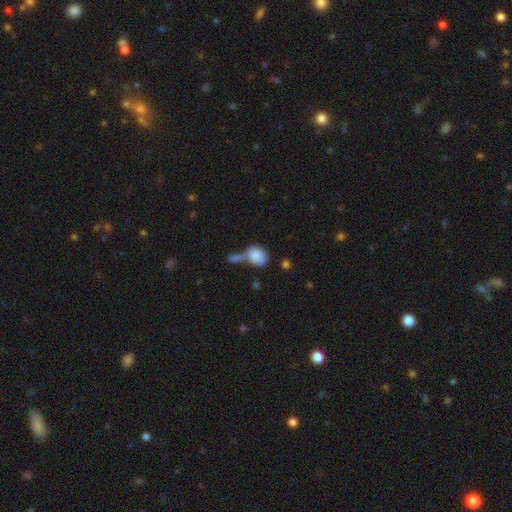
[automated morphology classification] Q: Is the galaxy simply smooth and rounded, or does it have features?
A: smooth — 82%.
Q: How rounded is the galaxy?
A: in between — 57%.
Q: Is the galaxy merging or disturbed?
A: merger — 46%.